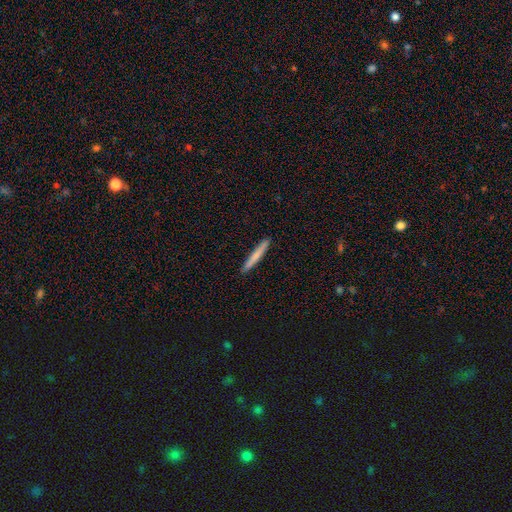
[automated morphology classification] type=smooth (74%); roundness=cigar-shaped (96%); merging=none (92%).